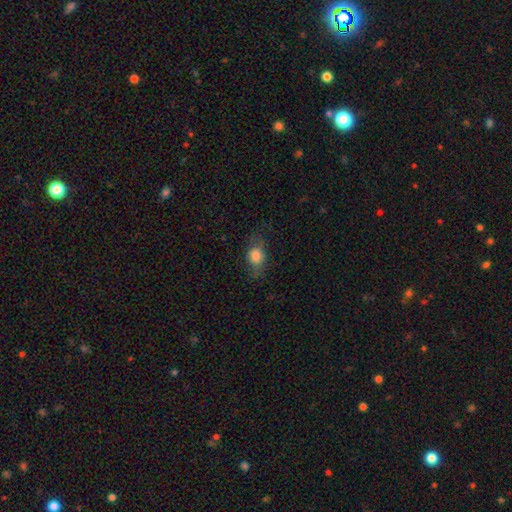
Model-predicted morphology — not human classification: smooth_or_featured: smooth (p=0.76) [alt: featured or disk p=0.15]
how_rounded: in between (p=0.60) [alt: round p=0.37]
merging: none (p=0.64) [alt: minor disturbance p=0.23]